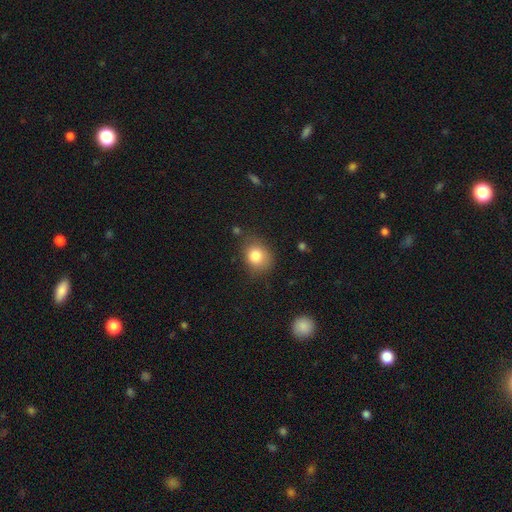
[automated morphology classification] A smooth galaxy with no disk features (81%) that is round (62%).

Vote fractions:
- Smooth or featured? smooth: 81% / star or artifact: 10% / featured or disk: 8%
- How rounded? round: 62% / in between: 37% / cigar-shaped: 1%
- Merging? none: 71% / minor disturbance: 20% / major disturbance: 5% / merger: 3%